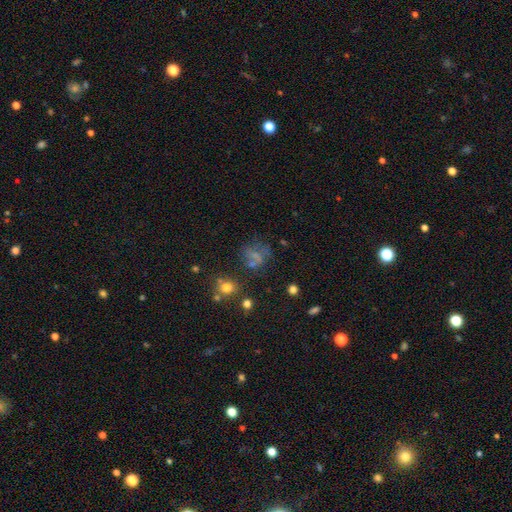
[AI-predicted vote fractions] Smooth or featured? Predicted: smooth (p=0.47). Merging? Predicted: none (p=0.43).